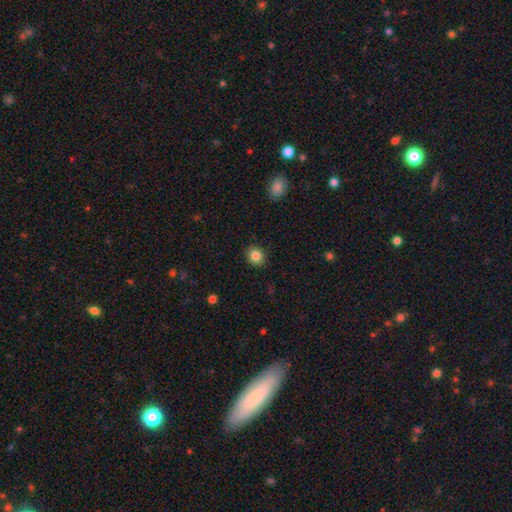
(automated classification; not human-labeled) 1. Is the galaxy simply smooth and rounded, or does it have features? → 85% smooth, 10% star or artifact, 6% featured or disk.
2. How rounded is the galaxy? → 80% round, 19% in between, 1% cigar-shaped.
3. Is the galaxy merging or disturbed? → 90% none, 7% minor disturbance, 2% major disturbance, 1% merger.